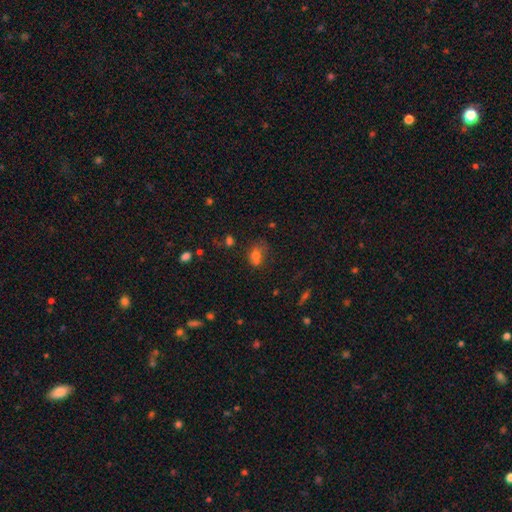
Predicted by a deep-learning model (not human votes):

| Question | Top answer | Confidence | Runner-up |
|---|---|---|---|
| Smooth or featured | smooth | 66% | star or artifact (18%) |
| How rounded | in between | 58% | round (39%) |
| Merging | none | 36% | merger (32%) |